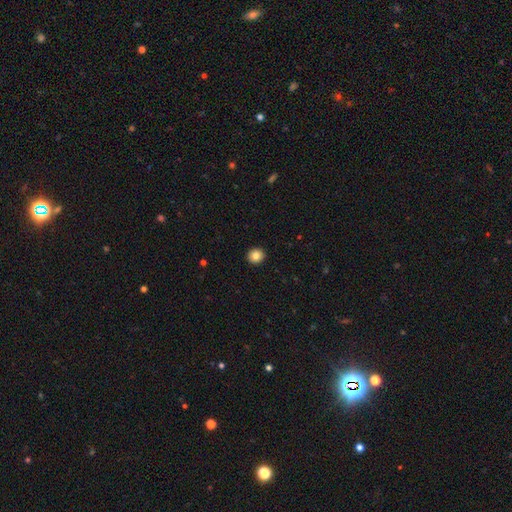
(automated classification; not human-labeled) smooth_or_featured: smooth (p=0.83) [alt: star or artifact p=0.10]
how_rounded: round (p=0.90) [alt: in between p=0.09]
merging: none (p=0.93) [alt: minor disturbance p=0.04]